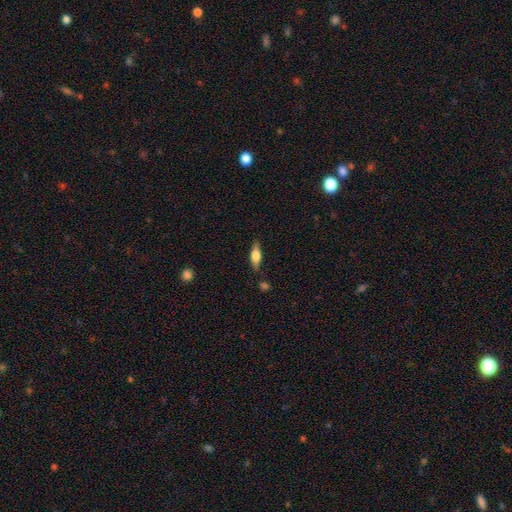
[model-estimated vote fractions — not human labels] This appears to be a smooth galaxy with no disk features (63%) that is in between round and cigar-shaped (58%). Merging: none (79%).